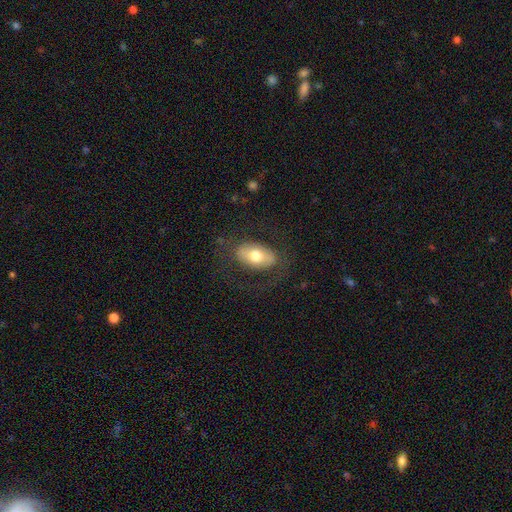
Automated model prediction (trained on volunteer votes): This appears to be a smooth galaxy with no disk features (64%) that is in between round and cigar-shaped (91%). Merging: none (76%).